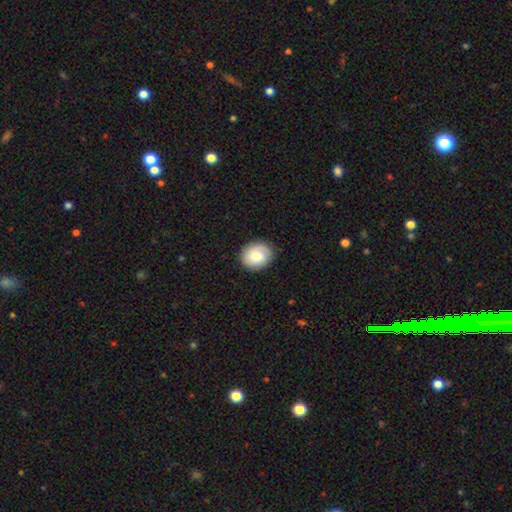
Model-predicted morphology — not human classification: Q: Smooth or featured?
A: smooth (76%); runner-up: featured or disk (17%)
Q: How rounded?
A: round (62%); runner-up: in between (37%)
Q: Merging?
A: none (85%); runner-up: minor disturbance (11%)